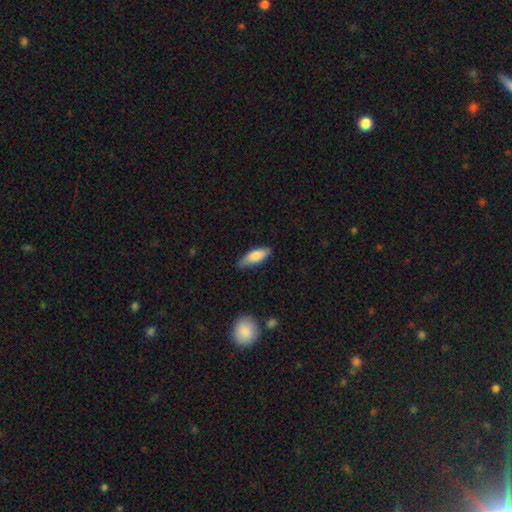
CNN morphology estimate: Smooth or featured? smooth (80%)
How rounded? in between (64%)
Merging? none (76%)